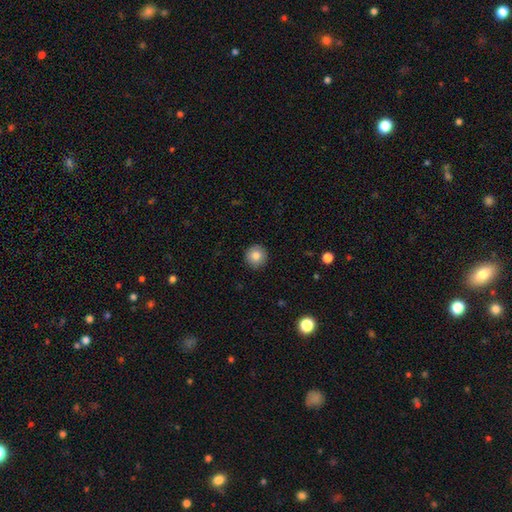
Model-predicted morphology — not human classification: Smooth or featured? Predicted: smooth (p=0.85). How rounded? Predicted: round (p=0.95). Merging? Predicted: none (p=0.92).